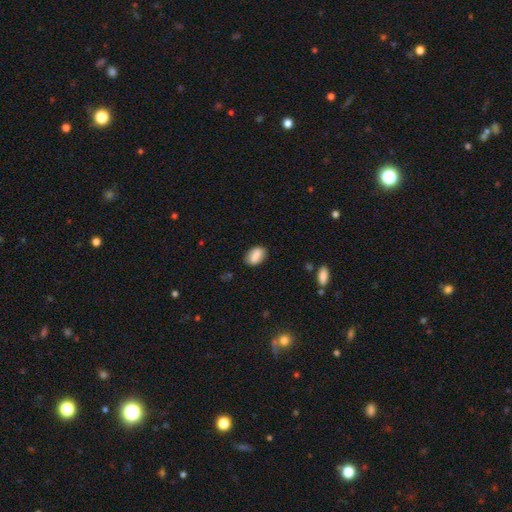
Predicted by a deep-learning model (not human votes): Smooth or featured? smooth (85%)
How rounded? in between (88%)
Merging? none (84%)